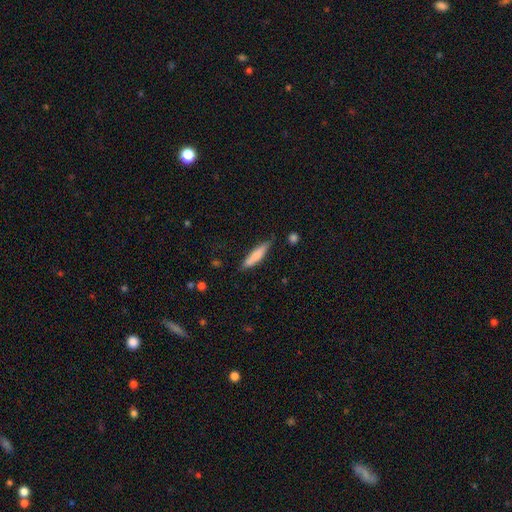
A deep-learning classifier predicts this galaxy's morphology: smooth-or-featured: smooth: 75% | featured or disk: 19% | star or artifact: 6%
  how-rounded: cigar-shaped: 83% | in between: 16% | round: 1%
  merging: none: 76% | minor disturbance: 18% | major disturbance: 3% | merger: 2%